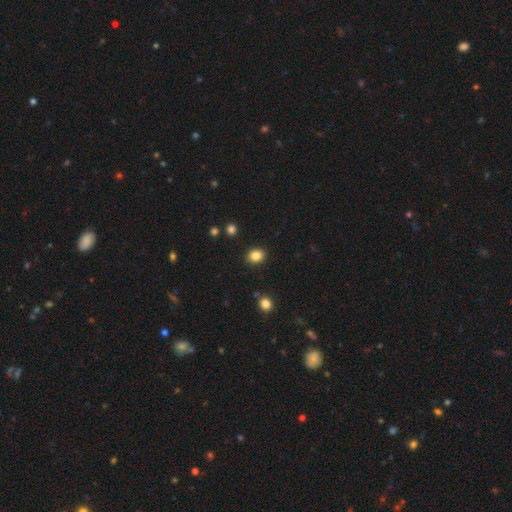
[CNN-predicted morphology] A smooth galaxy with no disk features (85%) that is round (53%). Merging: none (89%).